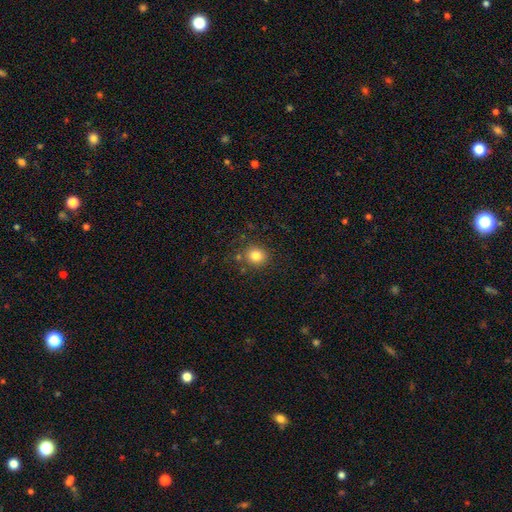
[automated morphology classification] This is clearly a smooth galaxy (82%). How rounded: clearly round (81%). Merging: clearly none (82%).